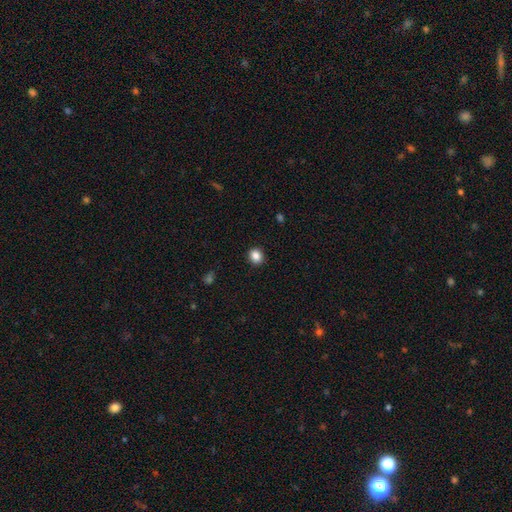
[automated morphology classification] This is clearly a smooth galaxy (87%). How rounded: likely round (71%). Merging: clearly none (90%).